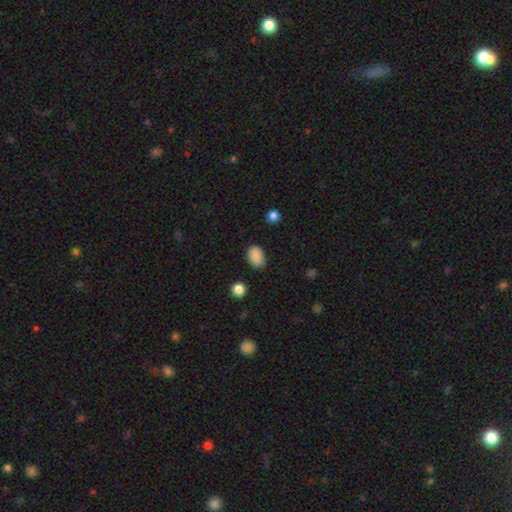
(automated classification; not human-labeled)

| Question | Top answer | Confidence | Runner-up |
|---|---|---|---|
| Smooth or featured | smooth | 87% | star or artifact (9%) |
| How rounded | in between | 83% | round (16%) |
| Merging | none | 80% | minor disturbance (15%) |